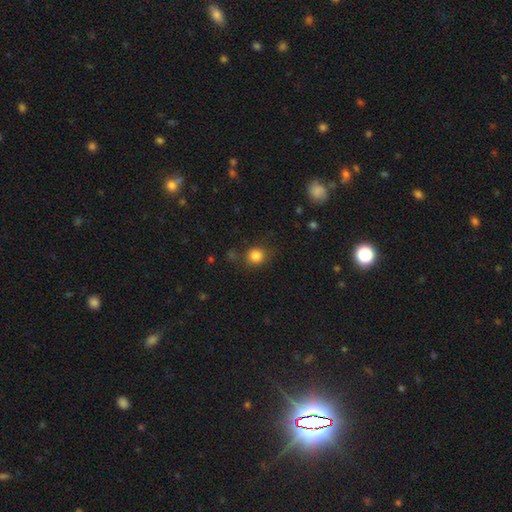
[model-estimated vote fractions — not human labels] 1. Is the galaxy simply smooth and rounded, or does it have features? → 84% smooth, 11% star or artifact, 5% featured or disk.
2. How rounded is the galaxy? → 87% round, 12% in between, 1% cigar-shaped.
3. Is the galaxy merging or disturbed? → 79% none, 13% minor disturbance, 5% major disturbance, 3% merger.